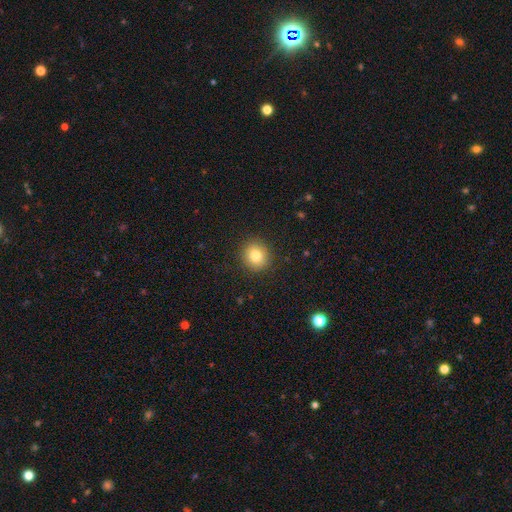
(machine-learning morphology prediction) Smooth or featured?
  - smooth: 82% *
  - star or artifact: 10%
  - featured or disk: 8%
How rounded?
  - round: 85% *
  - in between: 14%
  - cigar-shaped: 1%
Merging?
  - none: 90% *
  - minor disturbance: 7%
  - major disturbance: 2%
  - merger: 1%